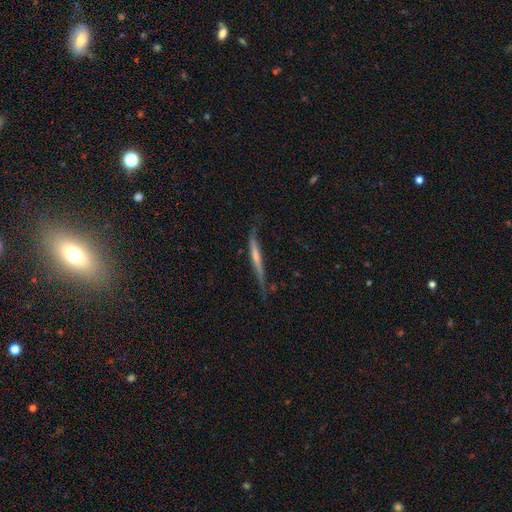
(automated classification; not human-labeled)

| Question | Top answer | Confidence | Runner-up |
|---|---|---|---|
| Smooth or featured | featured or disk | 59% | smooth (34%) |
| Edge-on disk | yes | 91% | no (9%) |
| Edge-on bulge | none | 59% | rounded (28%) |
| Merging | none | 61% | minor disturbance (27%) |